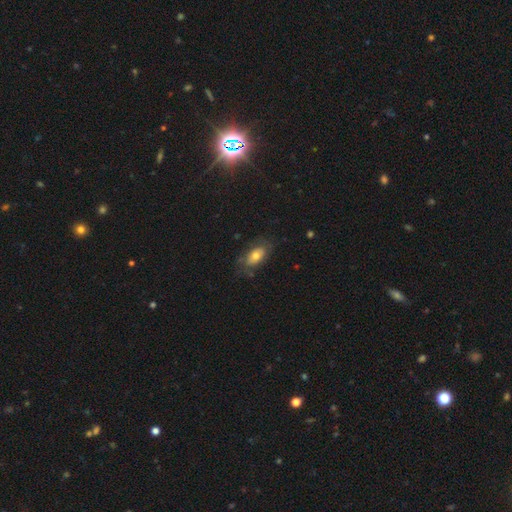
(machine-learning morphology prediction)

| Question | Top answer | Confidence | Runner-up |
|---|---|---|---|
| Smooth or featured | smooth | 63% | featured or disk (29%) |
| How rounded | in between | 89% | round (6%) |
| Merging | none | 67% | minor disturbance (22%) |